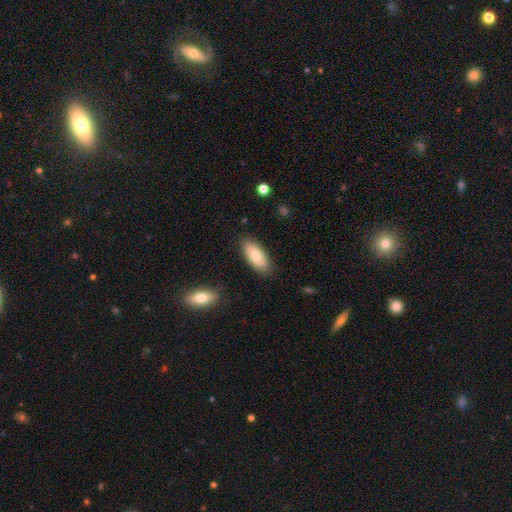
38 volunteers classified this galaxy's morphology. A smooth galaxy with no disk features (76%) that is in between round and cigar-shaped (86%).

Vote fractions:
- Smooth or featured? smooth: 76% / featured or disk: 16% / star or artifact: 8%
- How rounded? in between: 86% / cigar-shaped: 10% / round: 3%
- Merging? none: 86% / minor disturbance: 9% / major disturbance: 6% / merger: 0%